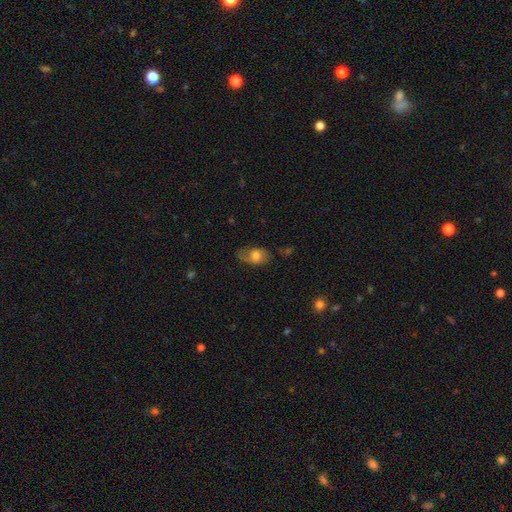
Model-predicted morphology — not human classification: A smooth galaxy with no disk features (67%) that is in between round and cigar-shaped (86%).

Vote fractions:
- Smooth or featured? smooth: 67% / featured or disk: 25% / star or artifact: 8%
- How rounded? in between: 86% / round: 12% / cigar-shaped: 2%
- Merging? none: 63% / minor disturbance: 26% / major disturbance: 9% / merger: 2%